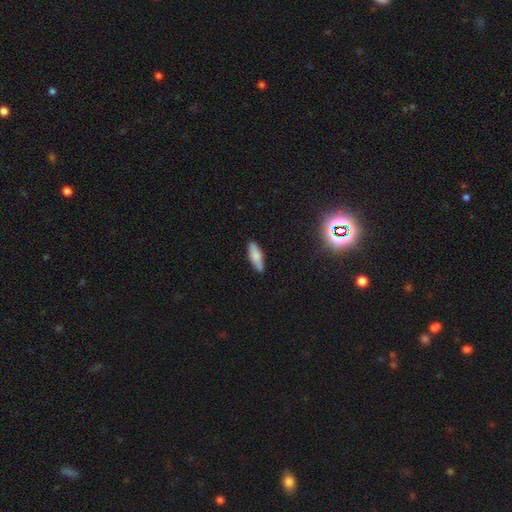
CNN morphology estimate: This is likely a smooth galaxy (80%). How rounded: possibly in between (51%). Merging: clearly none (87%).